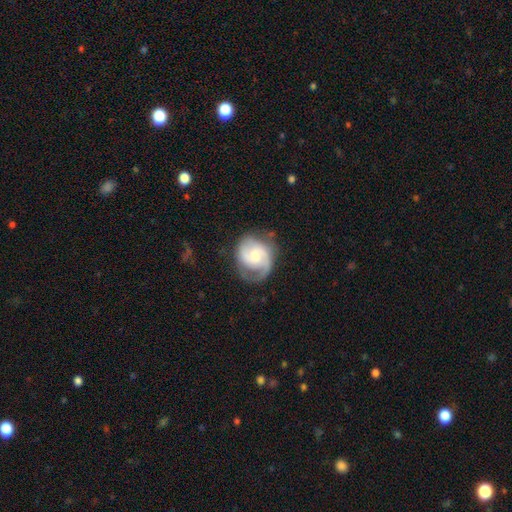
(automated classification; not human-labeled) This is likely a featured or disk galaxy (78%). It is clearly not viewed edge-on (98%). Bar: possibly no (53%). Spiral arm pattern: clearly yes (95%). Spiral arm count: likely 2 (76%). Spiral winding: possibly medium (47%). Central bulge: possibly moderate (45%). Merging: likely none (65%).